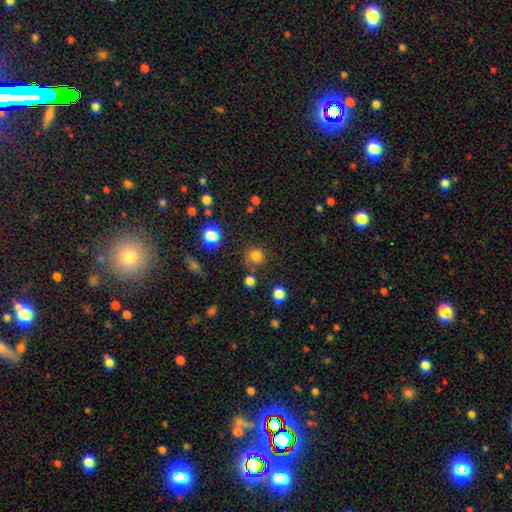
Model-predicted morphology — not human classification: Overall: smooth (79%). How rounded: round (90%). Merging: none (76%).